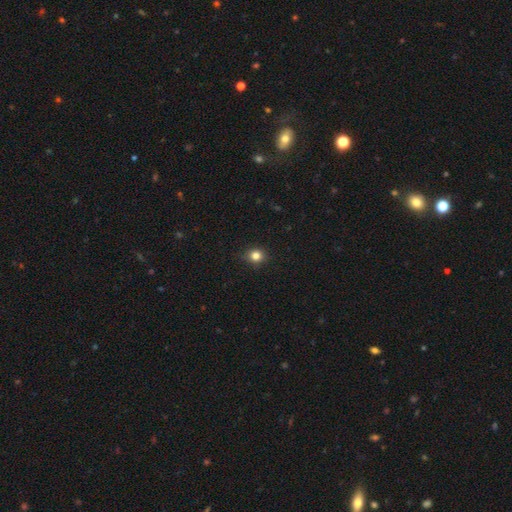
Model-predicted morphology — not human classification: Smooth or featured?
  - smooth: 81% *
  - star or artifact: 13%
  - featured or disk: 6%
How rounded?
  - round: 82% *
  - in between: 17%
  - cigar-shaped: 1%
Merging?
  - none: 86% *
  - minor disturbance: 10%
  - major disturbance: 2%
  - merger: 1%